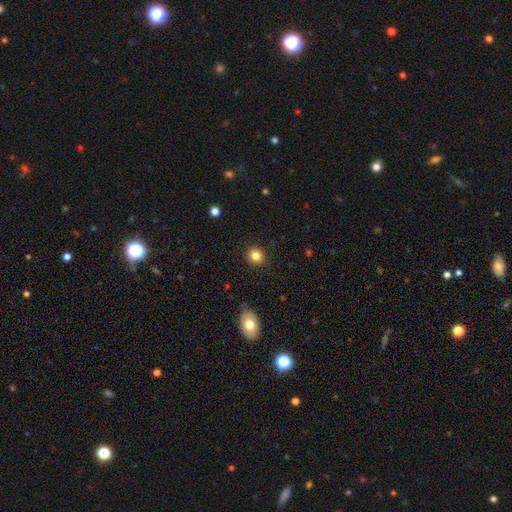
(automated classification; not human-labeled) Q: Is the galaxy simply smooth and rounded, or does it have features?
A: smooth — 83%.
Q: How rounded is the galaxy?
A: round — 85%.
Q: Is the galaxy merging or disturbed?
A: none — 89%.